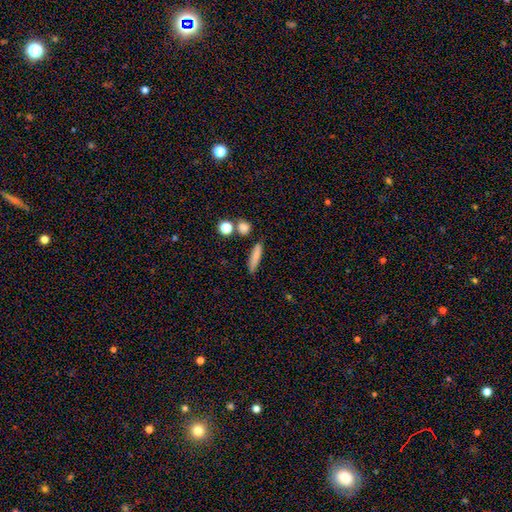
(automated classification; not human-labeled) A smooth galaxy with no disk features (80%) that is cigar-shaped (81%).

Vote fractions:
- Smooth or featured? smooth: 80% / featured or disk: 11% / star or artifact: 9%
- How rounded? cigar-shaped: 81% / in between: 14% / round: 4%
- Merging? none: 81% / minor disturbance: 10% / merger: 6% / major disturbance: 3%